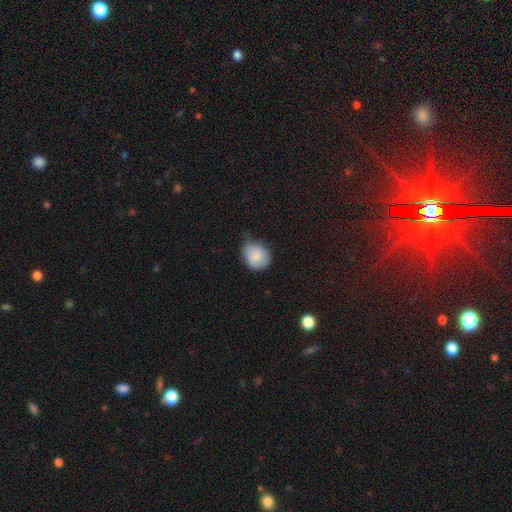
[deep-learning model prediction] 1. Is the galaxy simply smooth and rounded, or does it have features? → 84% smooth, 8% featured or disk, 7% star or artifact.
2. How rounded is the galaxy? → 61% round, 38% in between, 1% cigar-shaped.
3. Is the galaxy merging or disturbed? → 46% none, 43% minor disturbance, 8% major disturbance, 2% merger.